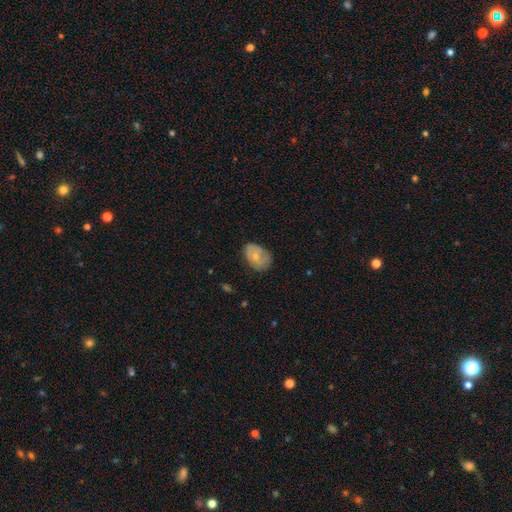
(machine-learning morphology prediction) type=smooth (58%); roundness=in between (77%); merging=none (64%).